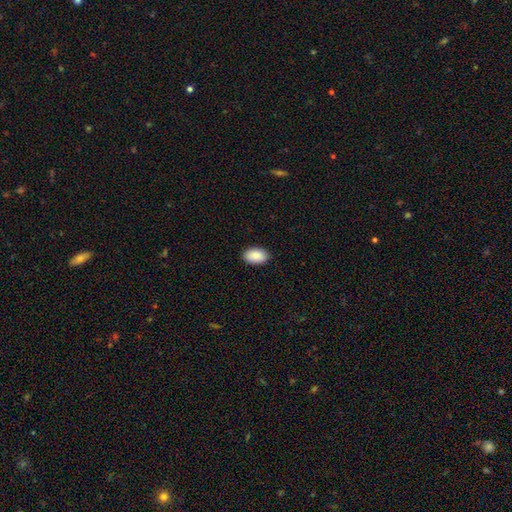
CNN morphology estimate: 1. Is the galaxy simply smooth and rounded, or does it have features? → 91% smooth, 6% star or artifact, 3% featured or disk.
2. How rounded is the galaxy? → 94% in between, 4% round, 1% cigar-shaped.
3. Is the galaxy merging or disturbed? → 90% none, 7% minor disturbance, 2% major disturbance, 1% merger.